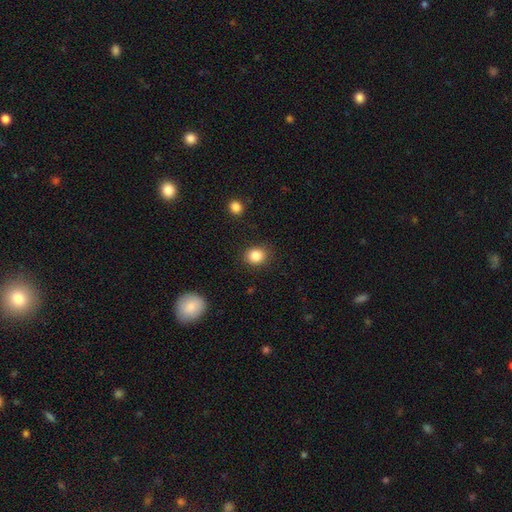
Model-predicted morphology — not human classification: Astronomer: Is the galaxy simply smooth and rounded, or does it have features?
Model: smooth — 85%.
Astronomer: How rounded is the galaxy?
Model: round — 71%.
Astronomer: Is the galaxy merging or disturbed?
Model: none — 87%.